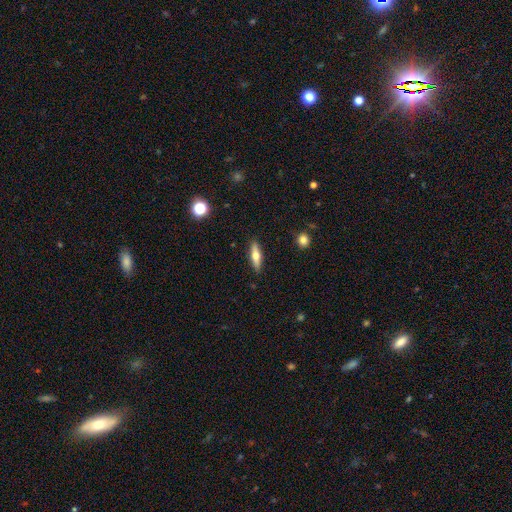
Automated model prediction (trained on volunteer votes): Overall: smooth (51%; featured or disk 43%). How rounded: cigar-shaped (64%; in between 33%). Merging: none (90%).